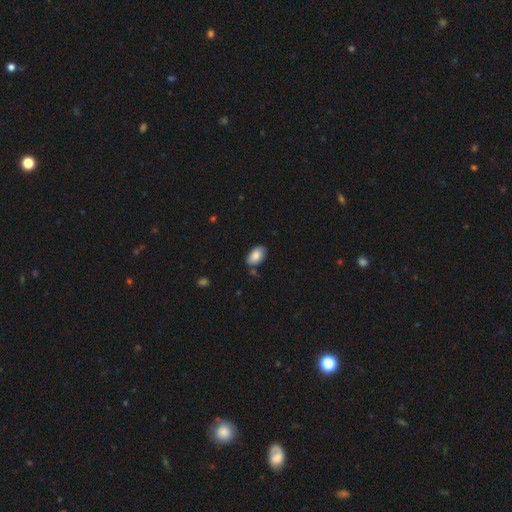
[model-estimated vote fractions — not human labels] Q: Smooth or featured?
A: smooth (86%); runner-up: featured or disk (7%)
Q: How rounded?
A: in between (94%); runner-up: round (5%)
Q: Merging?
A: none (78%); runner-up: minor disturbance (14%)